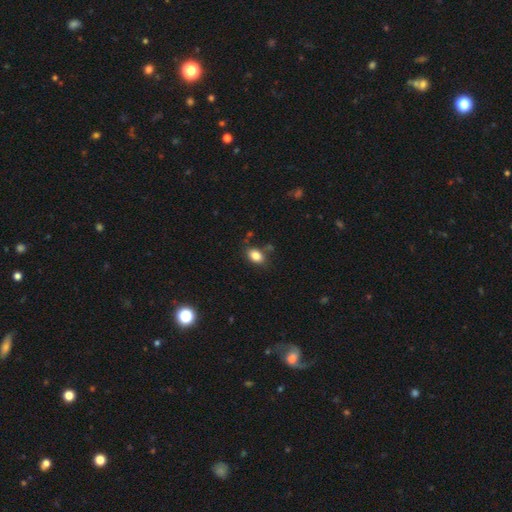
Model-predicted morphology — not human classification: A smooth galaxy with no disk features (84%) that is in between round and cigar-shaped (86%).

Vote fractions:
- Smooth or featured? smooth: 84% / star or artifact: 9% / featured or disk: 7%
- How rounded? in between: 86% / round: 12% / cigar-shaped: 2%
- Merging? none: 77% / minor disturbance: 15% / merger: 4% / major disturbance: 4%